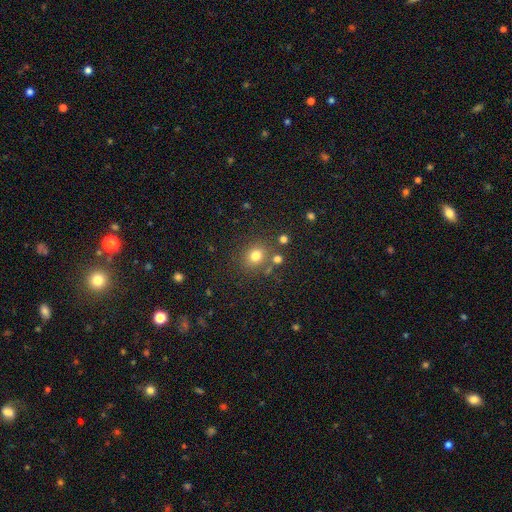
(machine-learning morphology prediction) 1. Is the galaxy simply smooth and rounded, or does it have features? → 77% smooth, 15% star or artifact, 8% featured or disk.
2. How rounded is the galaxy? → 75% round, 24% in between, 1% cigar-shaped.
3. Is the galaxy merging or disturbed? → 76% none, 11% minor disturbance, 9% merger, 4% major disturbance.